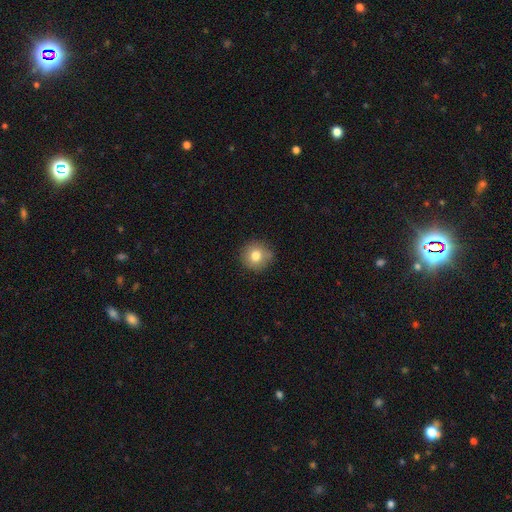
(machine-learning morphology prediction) This appears to be a smooth galaxy with no disk features (79%) that is round (93%). Merging: none (84%).